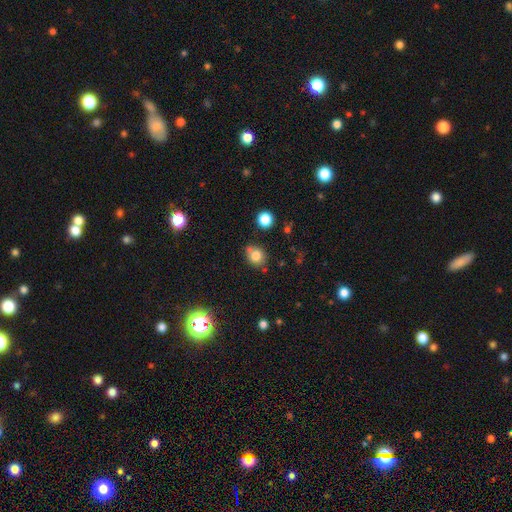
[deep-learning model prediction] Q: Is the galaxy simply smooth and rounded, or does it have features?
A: smooth — 79%.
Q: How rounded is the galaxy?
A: round — 72%.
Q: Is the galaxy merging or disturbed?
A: none — 67%.